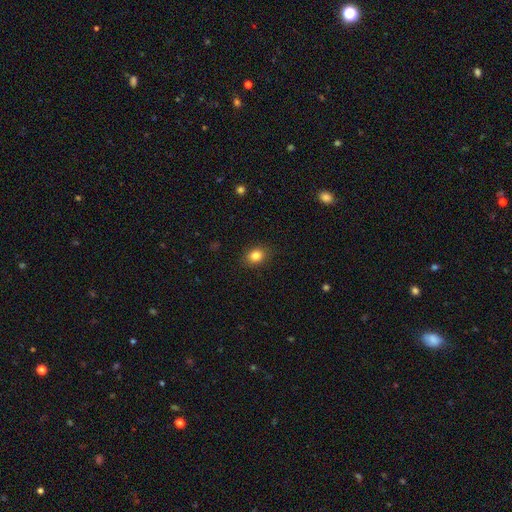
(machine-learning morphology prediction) A smooth galaxy with no disk features (83%) that is round (50%). Merging: none (88%).